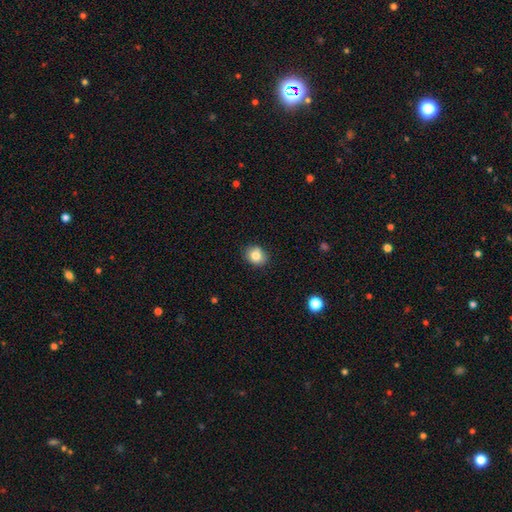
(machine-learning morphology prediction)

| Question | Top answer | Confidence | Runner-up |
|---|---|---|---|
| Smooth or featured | smooth | 81% | star or artifact (10%) |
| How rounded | round | 66% | in between (33%) |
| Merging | none | 83% | minor disturbance (12%) |